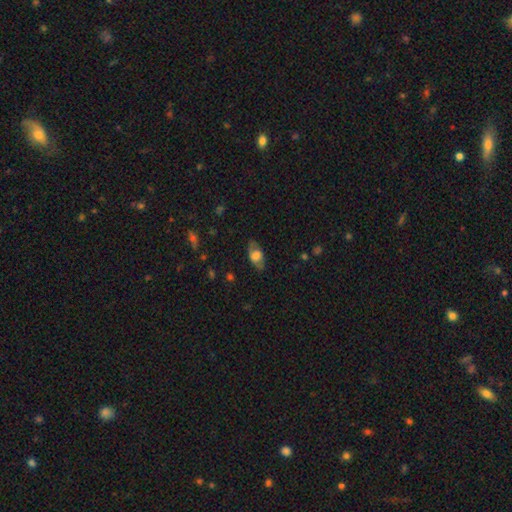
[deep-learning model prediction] Overall: smooth (59%; featured or disk 33%). How rounded: in between (86%). Merging: none (72%).